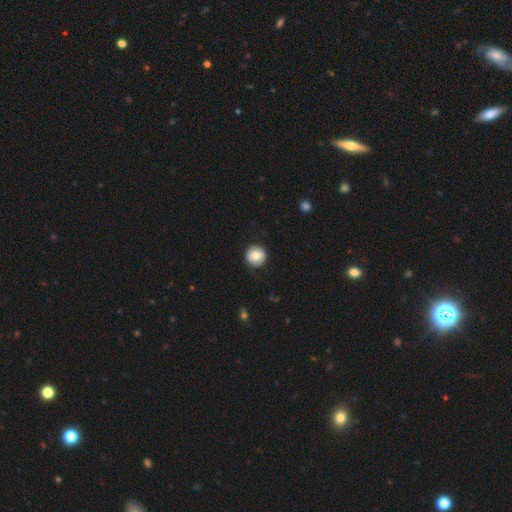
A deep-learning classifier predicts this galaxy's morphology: Smooth or featured? smooth (77%)
How rounded? round (96%)
Merging? none (92%)